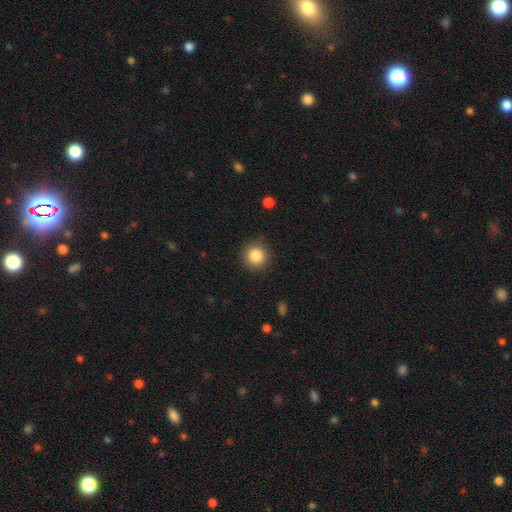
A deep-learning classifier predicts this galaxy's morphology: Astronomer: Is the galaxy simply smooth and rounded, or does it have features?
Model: smooth — 85%.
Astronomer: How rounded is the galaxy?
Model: round — 94%.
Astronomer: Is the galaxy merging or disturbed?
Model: none — 89%.